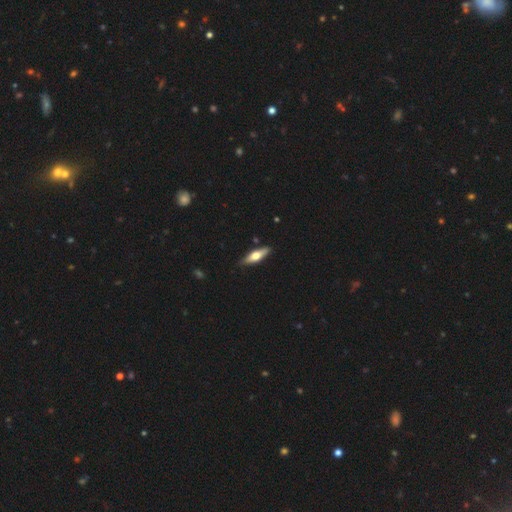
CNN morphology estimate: type=smooth (49%); merging=none (86%).